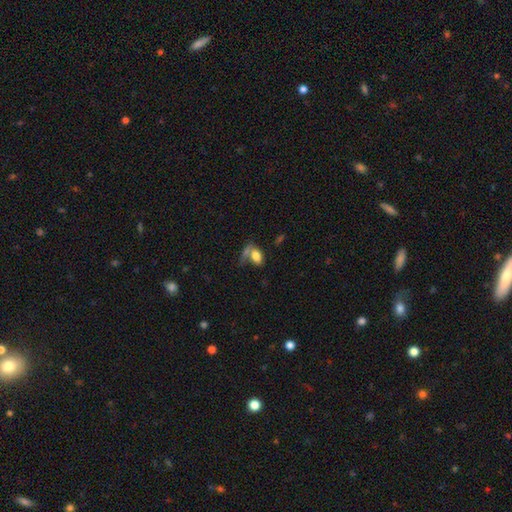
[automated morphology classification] type=smooth (76%); roundness=in between (87%); merging=none (39%).